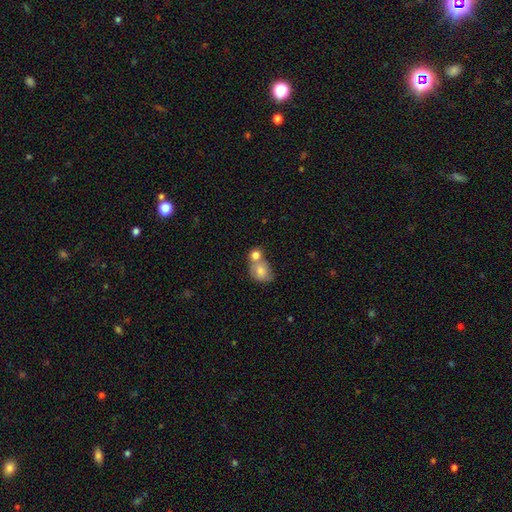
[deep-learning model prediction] Q: Smooth or featured?
A: smooth (78%); runner-up: featured or disk (14%)
Q: How rounded?
A: round (66%); runner-up: in between (32%)
Q: Merging?
A: merger (61%); runner-up: none (28%)